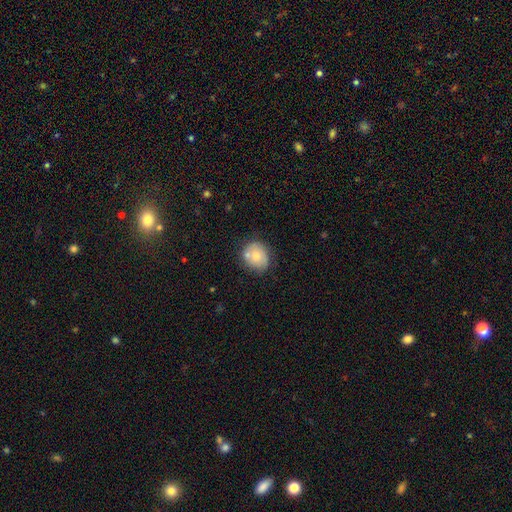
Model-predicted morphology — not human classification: Smooth or featured: smooth — 69% (featured or disk — 23%)
How rounded: round — 75% (in between — 24%)
Merging: none — 61% (minor disturbance — 19%)